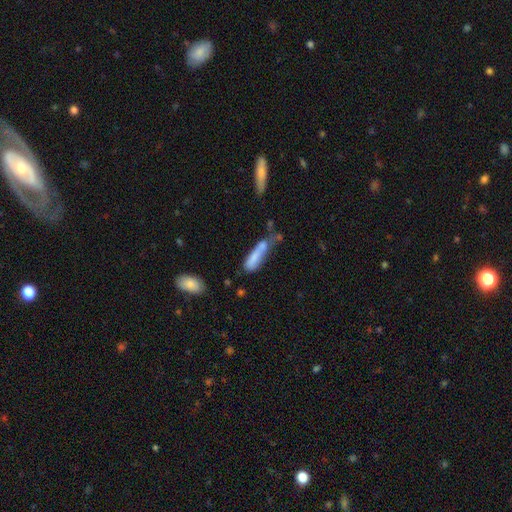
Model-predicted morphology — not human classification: Overall: smooth (70%). How rounded: cigar-shaped (70%). Merging: none (30%; minor disturbance 27%).